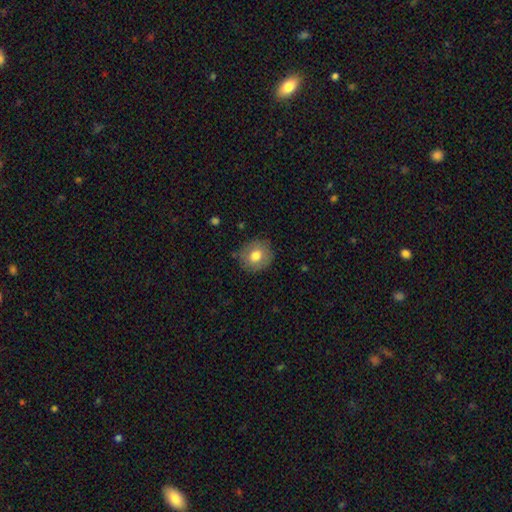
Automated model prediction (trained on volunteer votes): A smooth galaxy with no disk features (75%) that is round (84%).

Vote fractions:
- Smooth or featured? smooth: 75% / featured or disk: 16% / star or artifact: 9%
- How rounded? round: 84% / in between: 15% / cigar-shaped: 1%
- Merging? none: 85% / minor disturbance: 11% / major disturbance: 3% / merger: 1%